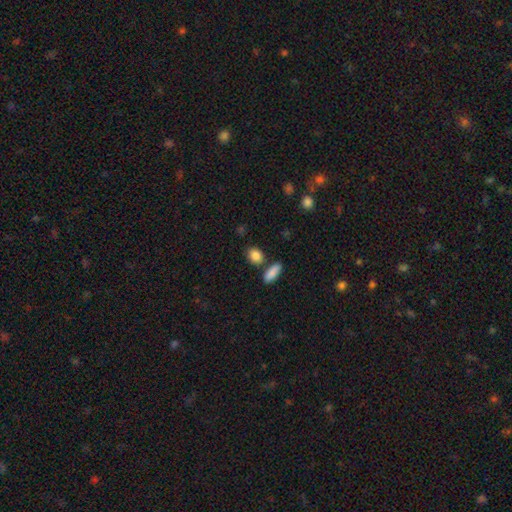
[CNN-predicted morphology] Overall: smooth (88%). How rounded: in between (55%; round 41%). Merging: none (74%).